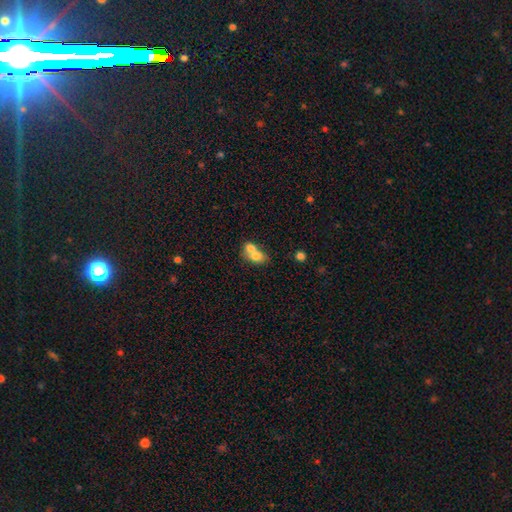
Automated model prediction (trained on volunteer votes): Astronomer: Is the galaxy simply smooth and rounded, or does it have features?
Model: smooth — 71%.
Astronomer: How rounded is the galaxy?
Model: in between — 55% (runner-up: round, 43%).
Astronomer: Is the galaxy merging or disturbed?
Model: merger — 71%.